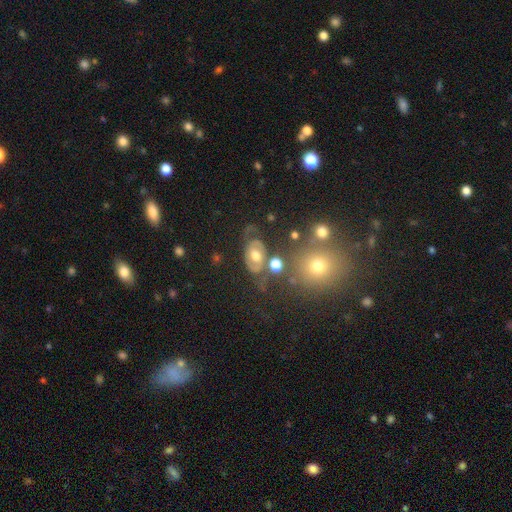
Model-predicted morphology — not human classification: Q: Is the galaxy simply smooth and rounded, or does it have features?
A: featured or disk — 61%.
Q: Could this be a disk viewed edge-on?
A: no — 95%.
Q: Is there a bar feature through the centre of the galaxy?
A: no — 72%.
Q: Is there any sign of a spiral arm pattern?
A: yes — 59%.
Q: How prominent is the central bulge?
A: moderate — 70%.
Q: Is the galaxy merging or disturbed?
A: none — 61%.